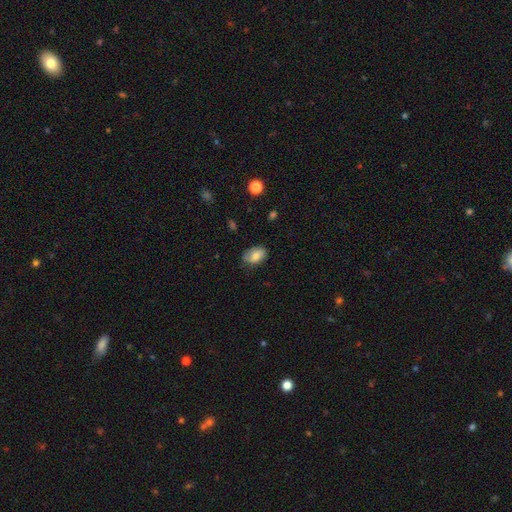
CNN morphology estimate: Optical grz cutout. It shows a smooth galaxy with no disk features (75%) that is in between round and cigar-shaped (88%). Merging: none (74%).